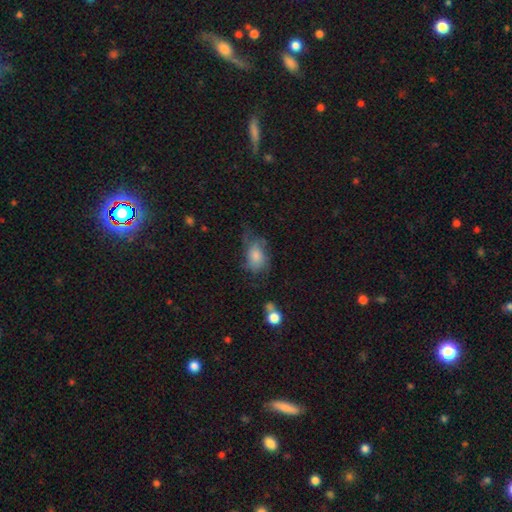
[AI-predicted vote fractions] Q: Smooth or featured?
A: smooth (49%); runner-up: featured or disk (40%)
Q: Merging?
A: none (42%); runner-up: minor disturbance (29%)